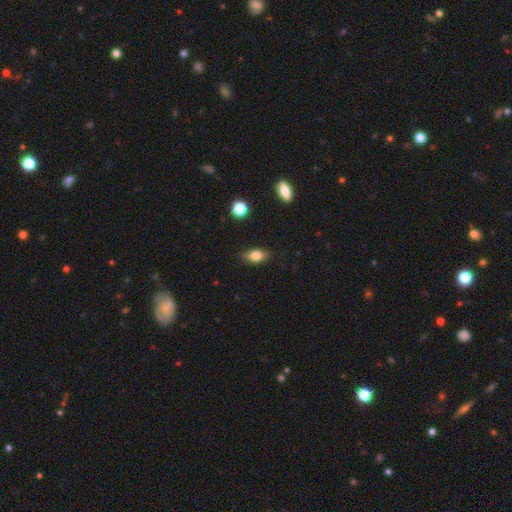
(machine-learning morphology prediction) smooth-or-featured: smooth: 81% | featured or disk: 10% | star or artifact: 9%
  how-rounded: in between: 87% | round: 8% | cigar-shaped: 5%
  merging: none: 86% | minor disturbance: 11% | major disturbance: 2% | merger: 1%